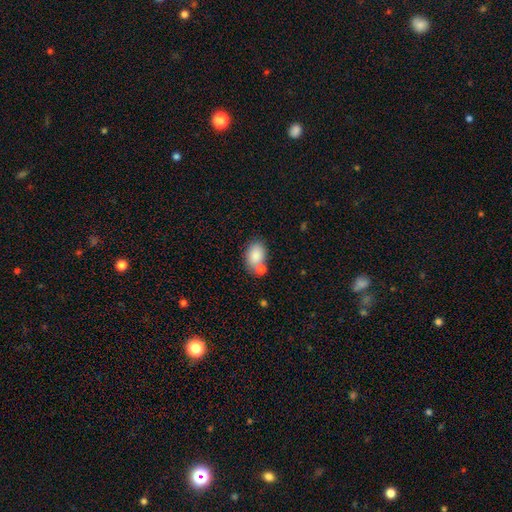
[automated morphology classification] This is clearly a smooth galaxy (85%). How rounded: clearly in between (82%). Merging: possibly none (55%).